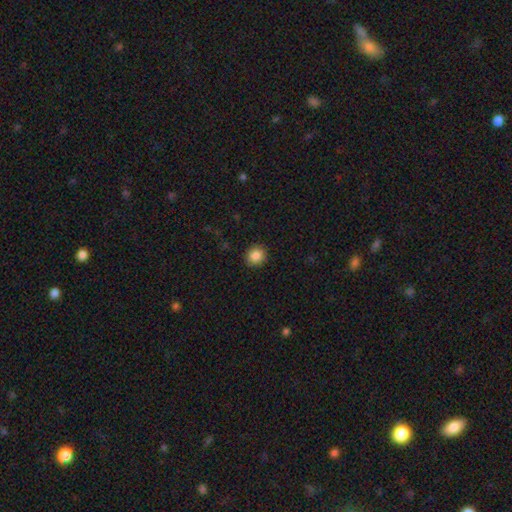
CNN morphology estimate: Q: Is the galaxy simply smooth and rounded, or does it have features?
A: smooth — 86%.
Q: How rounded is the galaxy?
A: round — 81%.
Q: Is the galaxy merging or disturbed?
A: none — 91%.